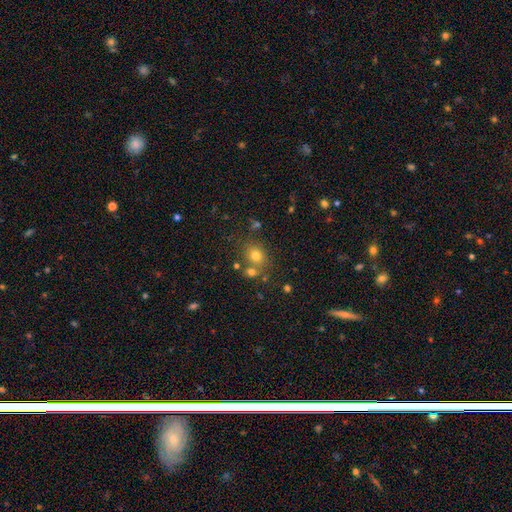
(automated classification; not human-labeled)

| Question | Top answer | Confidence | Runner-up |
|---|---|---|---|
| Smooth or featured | smooth | 73% | star or artifact (16%) |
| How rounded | round | 65% | in between (34%) |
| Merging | none | 65% | merger (19%) |